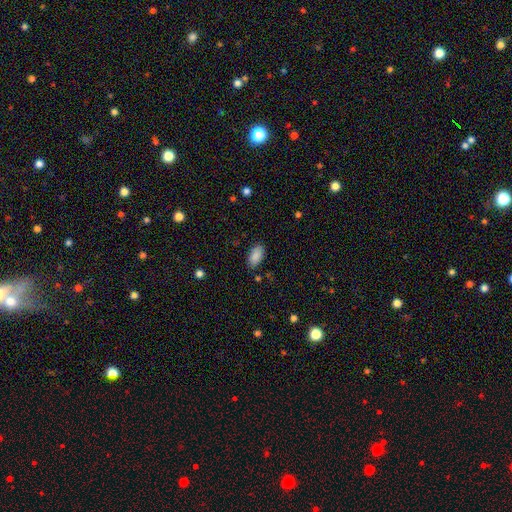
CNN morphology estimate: The model was most divided on "merging": none: 84%, minor disturbance: 12%, major disturbance: 3%, merger: 2%. More confident: how rounded — in between (93%); smooth or featured — smooth (88%).